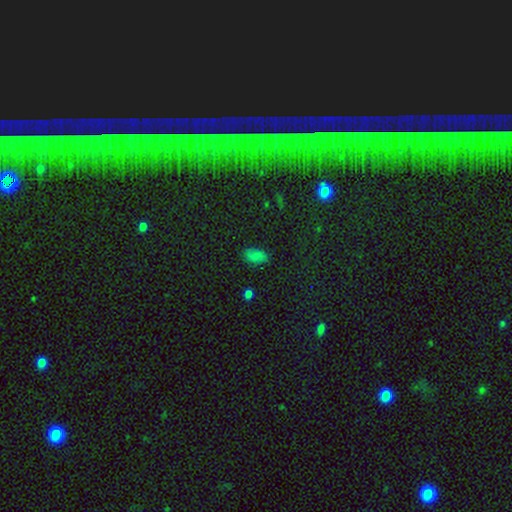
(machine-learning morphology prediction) Smooth or featured: smooth — 74% (star or artifact — 20%)
How rounded: in between — 93% (round — 5%)
Merging: none — 80% (minor disturbance — 15%)